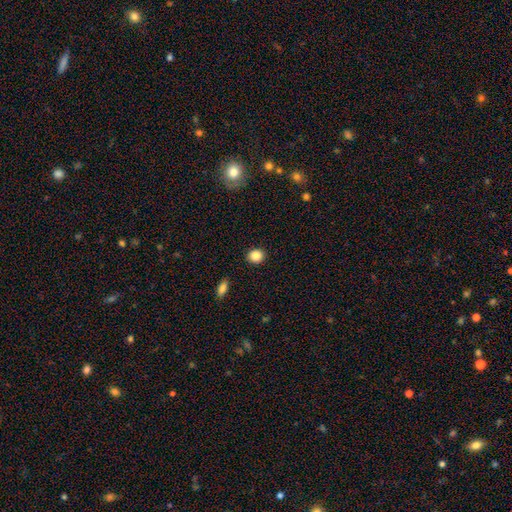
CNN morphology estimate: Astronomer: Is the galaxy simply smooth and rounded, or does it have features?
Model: smooth — 85%.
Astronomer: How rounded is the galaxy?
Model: round — 77%.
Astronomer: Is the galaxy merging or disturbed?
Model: none — 91%.